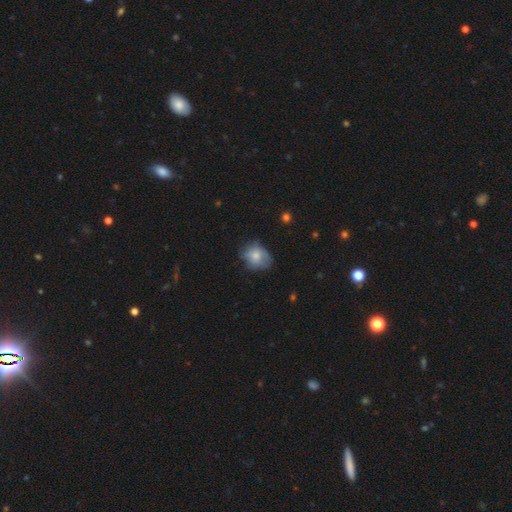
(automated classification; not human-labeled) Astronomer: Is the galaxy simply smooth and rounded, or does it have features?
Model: smooth — 70%.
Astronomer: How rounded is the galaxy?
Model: round — 53% (runner-up: in between, 46%).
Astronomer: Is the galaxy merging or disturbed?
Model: none — 56%.